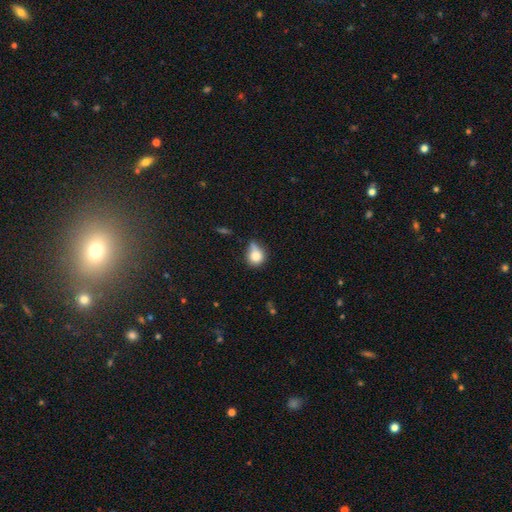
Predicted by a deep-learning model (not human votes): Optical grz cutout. It shows a smooth galaxy with no disk features (78%) that is round (68%). Merging: none (39%).